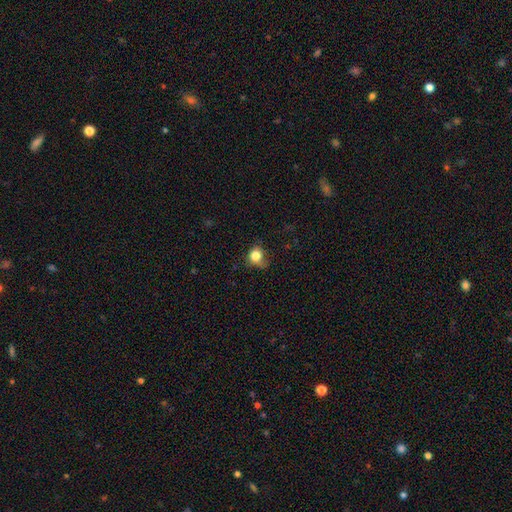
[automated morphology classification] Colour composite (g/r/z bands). It shows a smooth galaxy with no disk features (81%) that is round (73%). Merging: none (50%).